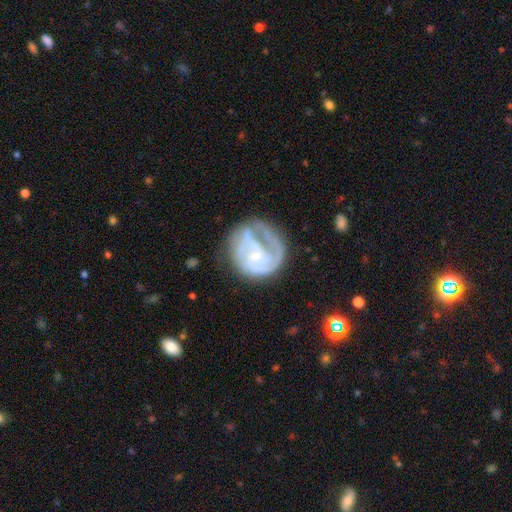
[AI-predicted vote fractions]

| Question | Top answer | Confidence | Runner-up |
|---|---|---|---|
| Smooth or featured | featured or disk | 75% | smooth (18%) |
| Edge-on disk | no | 98% | yes (2%) |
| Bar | no | 65% | weak (28%) |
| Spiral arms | yes | 80% | no (20%) |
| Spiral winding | tight | 52% | medium (33%) |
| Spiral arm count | can't tell | 31% | 2 (29%) |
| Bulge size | small | 71% | moderate (19%) |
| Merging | none | 47% | major disturbance (26%) |